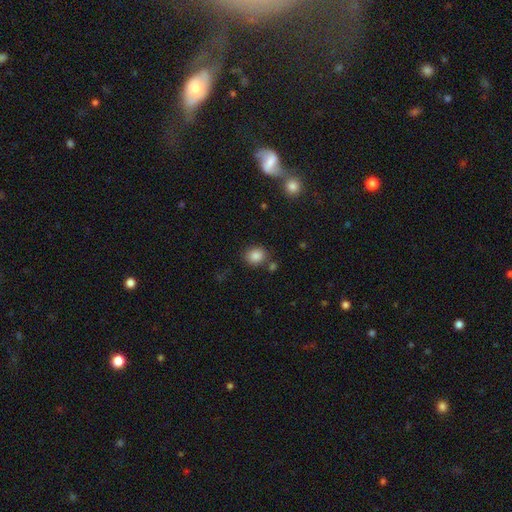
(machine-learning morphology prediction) smooth 85%, star or artifact 10%, featured or disk 5%. Down the decision tree: how rounded — round (67%); merging — none (78%).